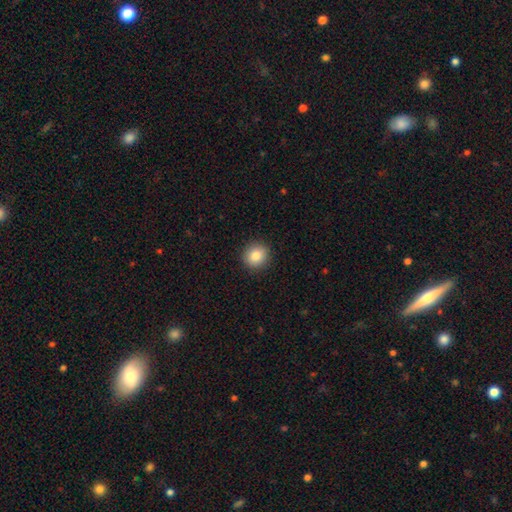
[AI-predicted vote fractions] smooth-or-featured: smooth: 85% | star or artifact: 9% | featured or disk: 5%
  how-rounded: round: 88% | in between: 11% | cigar-shaped: 1%
  merging: none: 92% | minor disturbance: 6% | major disturbance: 2% | merger: 1%